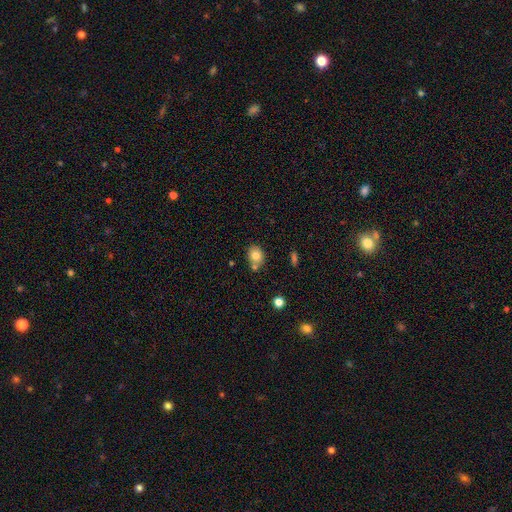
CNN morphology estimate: This is likely a smooth galaxy (78%). How rounded: possibly round (58%). Merging: likely none (62%).